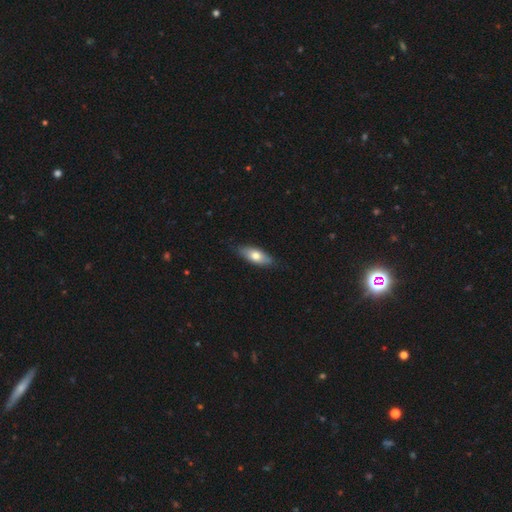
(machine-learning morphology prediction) Smooth or featured? Predicted: smooth (p=0.69). How rounded? Predicted: in between (p=0.76). Merging? Predicted: none (p=0.83).